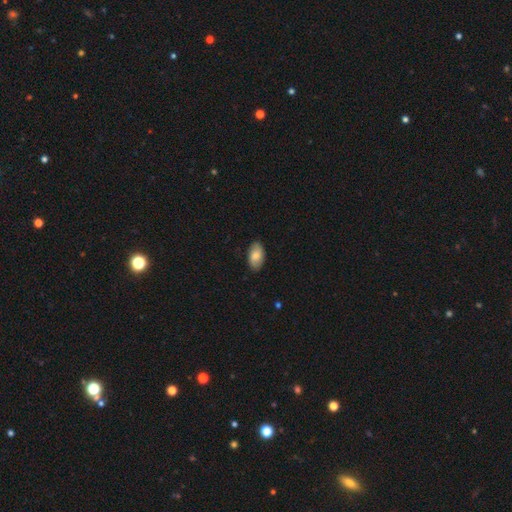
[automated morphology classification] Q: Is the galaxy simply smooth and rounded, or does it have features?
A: smooth — 80%.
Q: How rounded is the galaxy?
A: in between — 95%.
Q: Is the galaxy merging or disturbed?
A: none — 86%.